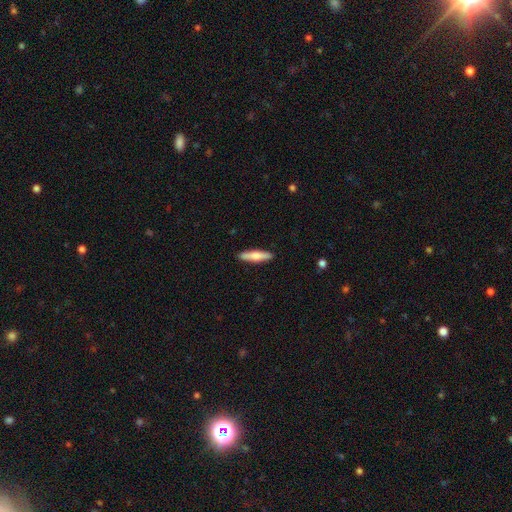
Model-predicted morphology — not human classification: smooth 67%, featured or disk 28%, star or artifact 5%. Down the decision tree: how rounded — cigar-shaped (79%); merging — none (90%).